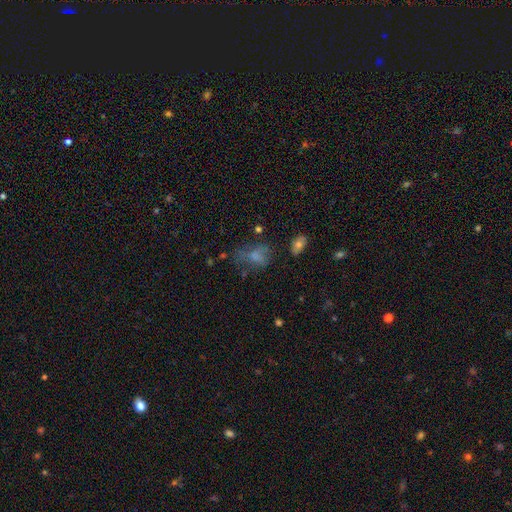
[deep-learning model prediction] Smooth or featured: smooth — 59% (featured or disk — 25%)
How rounded: in between — 74% (round — 22%)
Merging: none — 37% (major disturbance — 32%)